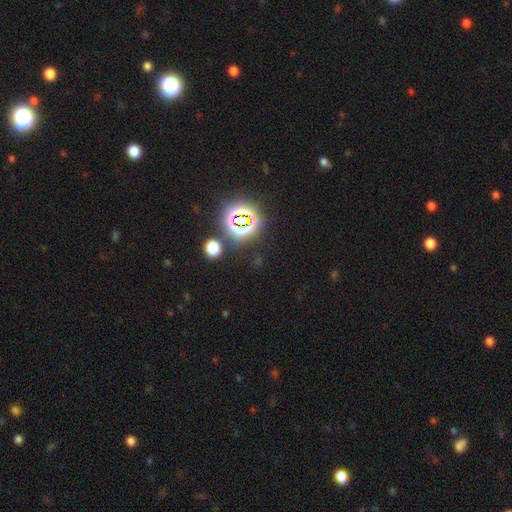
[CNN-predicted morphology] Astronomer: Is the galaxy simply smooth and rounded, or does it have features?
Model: star or artifact — 80%.